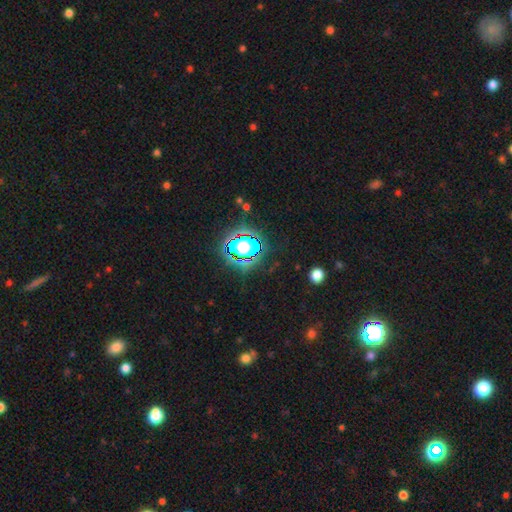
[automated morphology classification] Overall: star or artifact (68%).